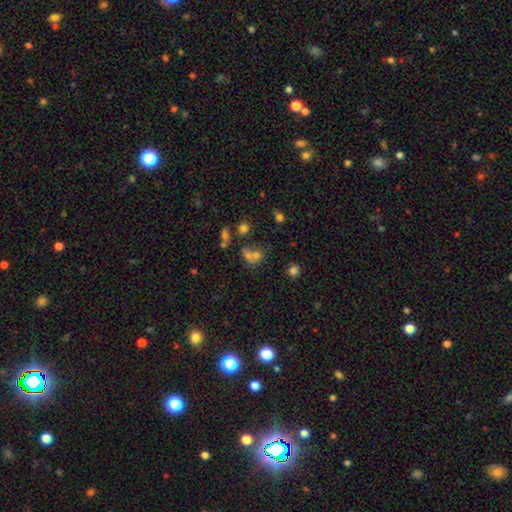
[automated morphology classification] smooth-or-featured: star or artifact: 46% | smooth: 40% | featured or disk: 13%